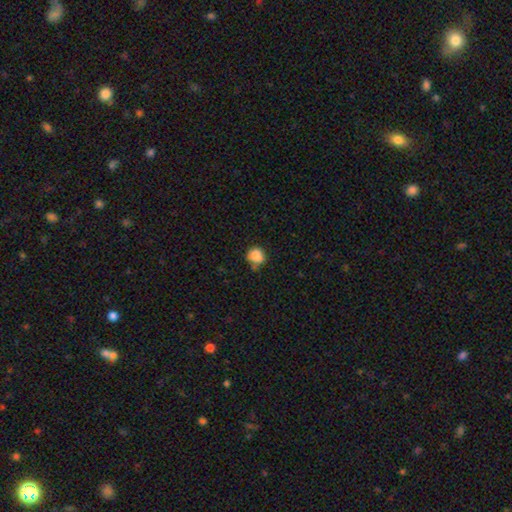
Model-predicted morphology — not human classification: Smooth or featured? smooth (86%)
How rounded? round (81%)
Merging? none (63%)